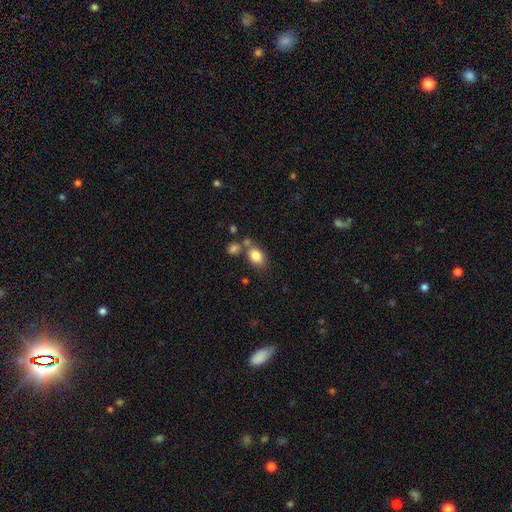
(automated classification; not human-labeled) Morphology: type=smooth (83%); roundness=in between (74%); merging=none (56%).